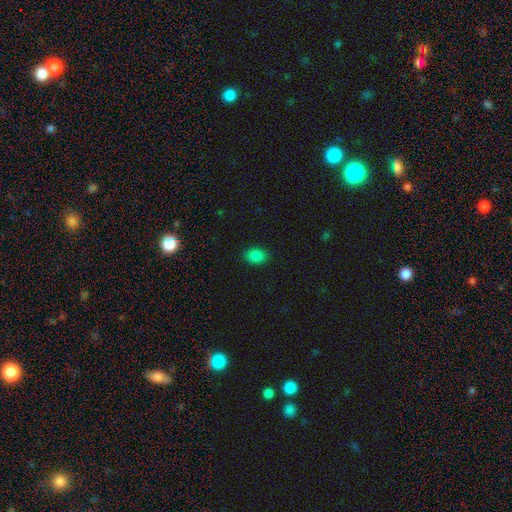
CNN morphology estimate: Q: Smooth or featured?
A: smooth (85%); runner-up: star or artifact (11%)
Q: How rounded?
A: in between (77%); runner-up: round (22%)
Q: Merging?
A: none (88%); runner-up: minor disturbance (9%)